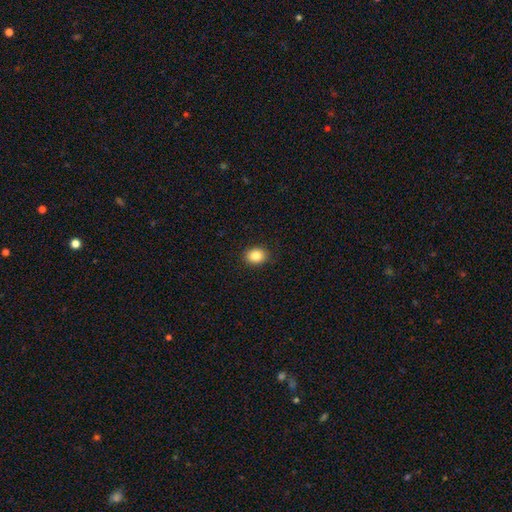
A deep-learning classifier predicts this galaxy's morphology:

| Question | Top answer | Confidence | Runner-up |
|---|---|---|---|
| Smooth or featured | smooth | 86% | star or artifact (9%) |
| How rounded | in between | 54% | round (45%) |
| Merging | none | 90% | minor disturbance (7%) |